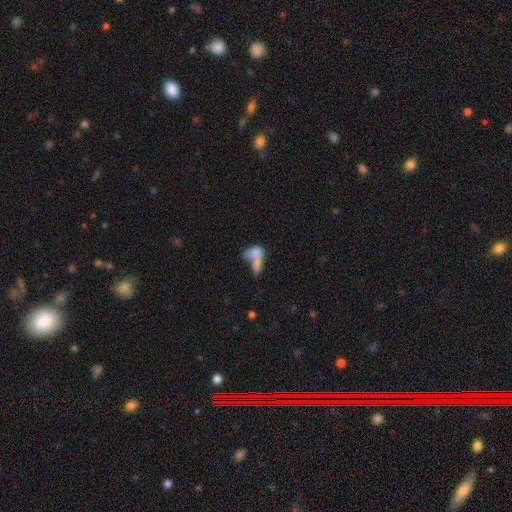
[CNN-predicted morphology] Smooth or featured? Predicted: smooth (p=0.66). How rounded? Predicted: in between (p=0.76). Merging? Predicted: merger (p=0.58).